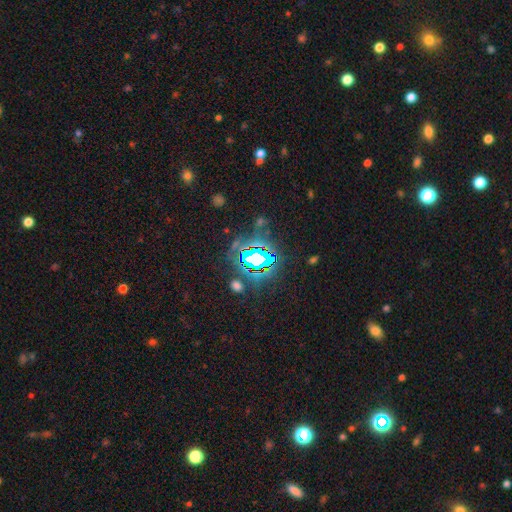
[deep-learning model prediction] Q: Smooth or featured?
A: star or artifact (76%); runner-up: smooth (13%)